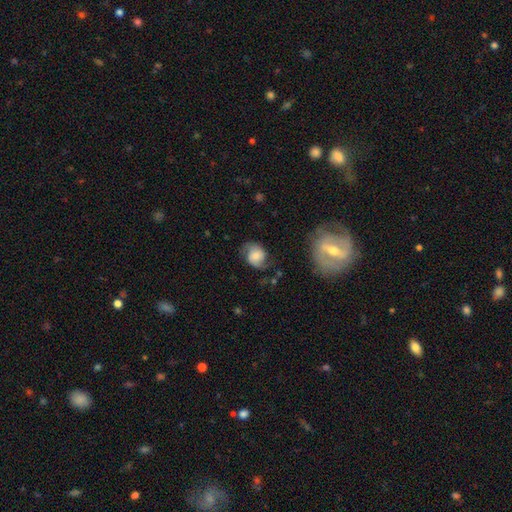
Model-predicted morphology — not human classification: smooth_or_featured: featured or disk (p=0.54) [alt: smooth p=0.38]
disk_edge_on: no (p=0.97) [alt: yes p=0.03]
bar: no (p=0.59) [alt: weak p=0.32]
has_spiral_arms: yes (p=0.89) [alt: no p=0.11]
bulge_size: moderate (p=0.40) [alt: small p=0.37]
merging: none (p=0.64) [alt: minor disturbance p=0.22]